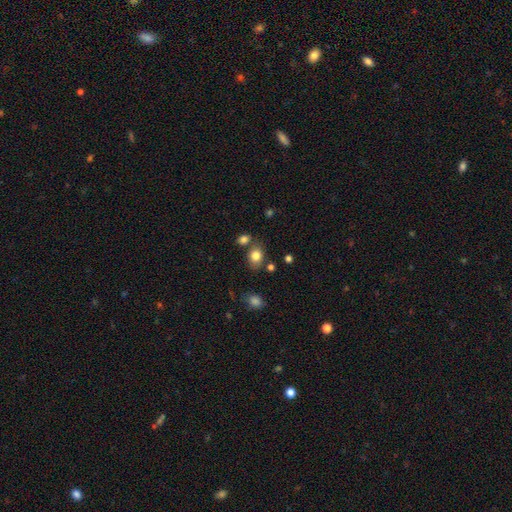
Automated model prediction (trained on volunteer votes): Morphology: type=smooth (82%); roundness=in between (60%); merging=none (69%).